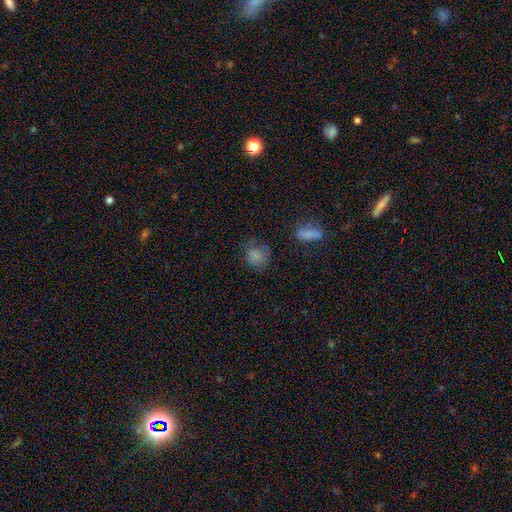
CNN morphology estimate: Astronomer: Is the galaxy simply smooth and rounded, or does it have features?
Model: smooth — 77%.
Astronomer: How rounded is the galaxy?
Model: round — 77%.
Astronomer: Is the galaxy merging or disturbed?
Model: none — 65%.